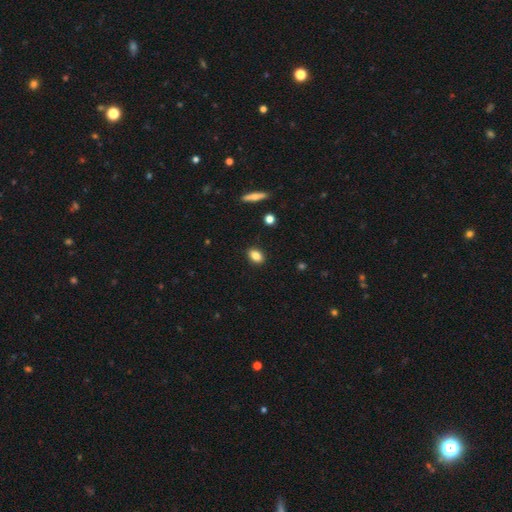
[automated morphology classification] A smooth galaxy with no disk features (85%) that is in between round and cigar-shaped (82%).

Vote fractions:
- Smooth or featured? smooth: 85% / star or artifact: 9% / featured or disk: 6%
- How rounded? in between: 82% / round: 14% / cigar-shaped: 4%
- Merging? none: 89% / minor disturbance: 8% / major disturbance: 2% / merger: 1%